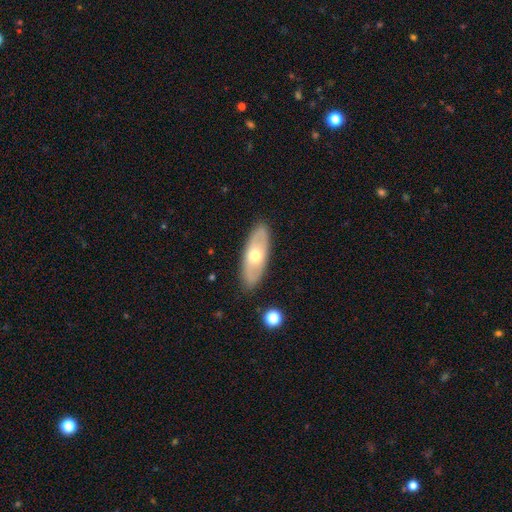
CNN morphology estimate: featured or disk 48%, smooth 47%, star or artifact 6%. Down the decision tree: merging — none (87%).